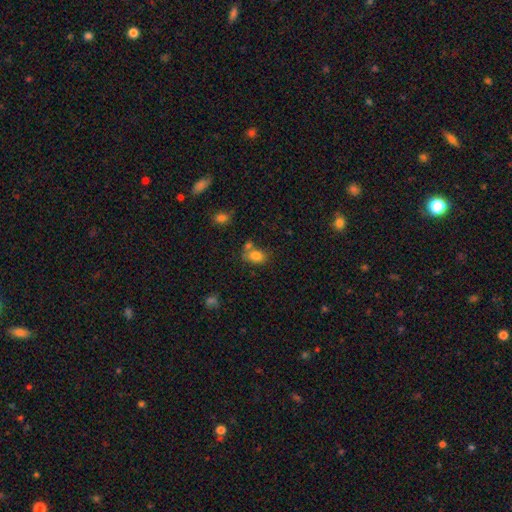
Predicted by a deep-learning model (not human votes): A smooth galaxy with no disk features (79%) that is in between round and cigar-shaped (75%). Merging: none (52%).